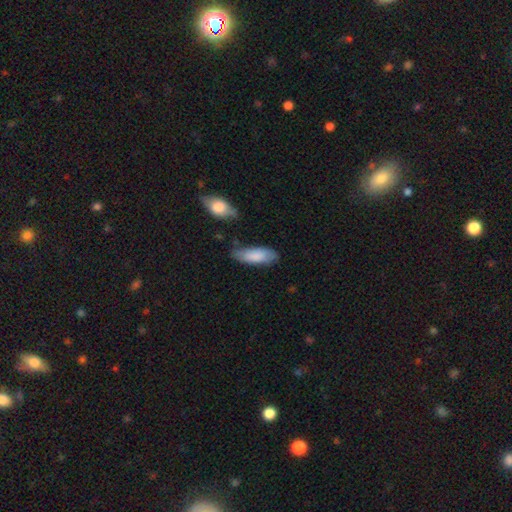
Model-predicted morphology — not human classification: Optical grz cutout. It shows a smooth galaxy with no disk features (82%) that is in between round and cigar-shaped (69%). Merging: none (70%).